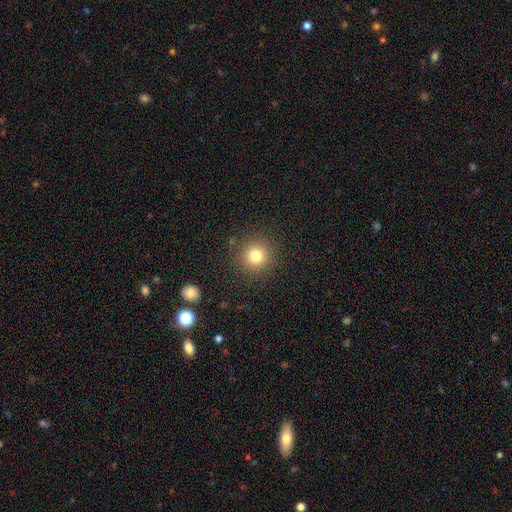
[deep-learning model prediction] A smooth galaxy with no disk features (79%) that is round (94%). Merging: none (89%).